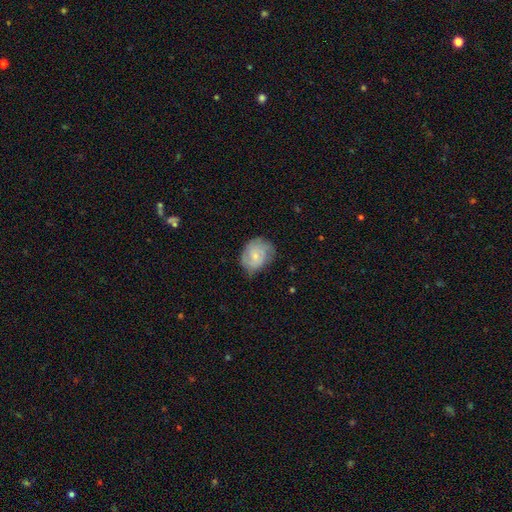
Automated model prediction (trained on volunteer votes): smooth_or_featured: featured or disk (p=0.57) [alt: smooth p=0.36]
disk_edge_on: no (p=0.98) [alt: yes p=0.02]
bar: no (p=0.69) [alt: weak p=0.27]
has_spiral_arms: yes (p=0.87) [alt: no p=0.13]
bulge_size: small (p=0.64) [alt: moderate p=0.28]
merging: none (p=0.62) [alt: minor disturbance p=0.27]